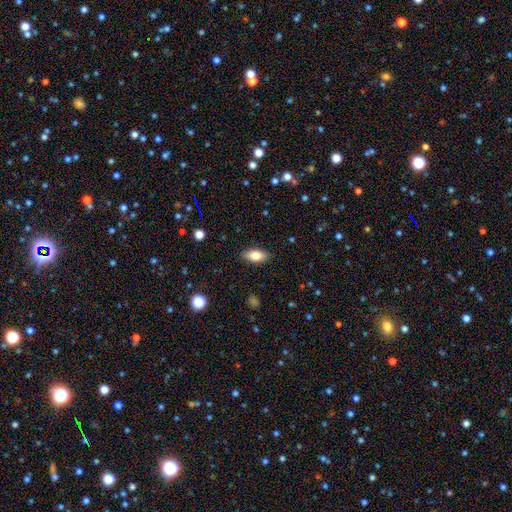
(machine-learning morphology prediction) type=smooth (80%); roundness=in between (88%); merging=none (87%).